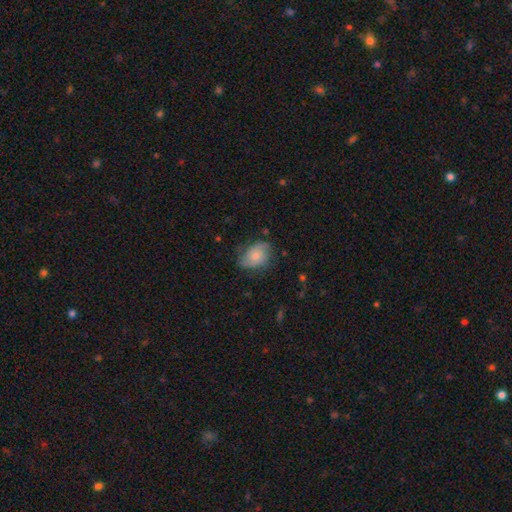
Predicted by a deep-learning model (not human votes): A smooth galaxy with no disk features (55%) that is in between round and cigar-shaped (69%).

Vote fractions:
- Smooth or featured? smooth: 55% / featured or disk: 37% / star or artifact: 8%
- How rounded? in between: 69% / round: 30% / cigar-shaped: 1%
- Merging? none: 62% / minor disturbance: 27% / major disturbance: 10% / merger: 1%